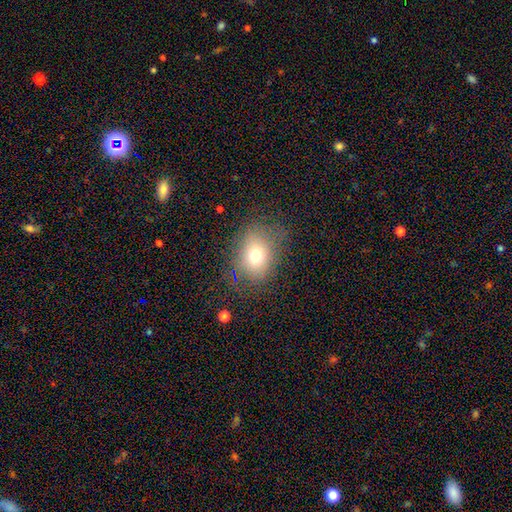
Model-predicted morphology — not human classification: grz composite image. It shows a smooth galaxy with no disk features (71%) that is in between round and cigar-shaped (55%). Merging: none (71%).